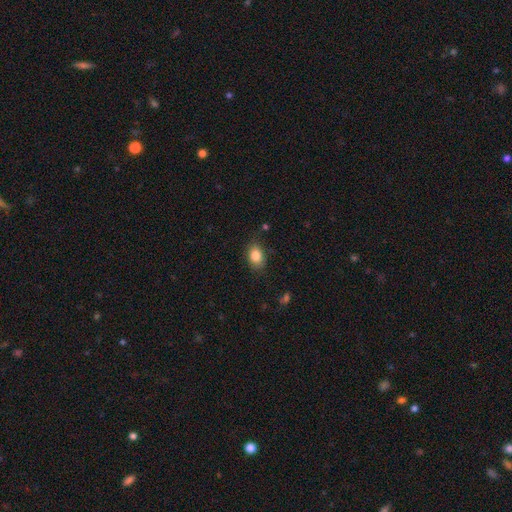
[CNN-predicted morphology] smooth-or-featured: smooth: 85% | star or artifact: 9% | featured or disk: 7%
  how-rounded: in between: 76% | round: 23% | cigar-shaped: 1%
  merging: none: 80% | minor disturbance: 15% | major disturbance: 4% | merger: 1%